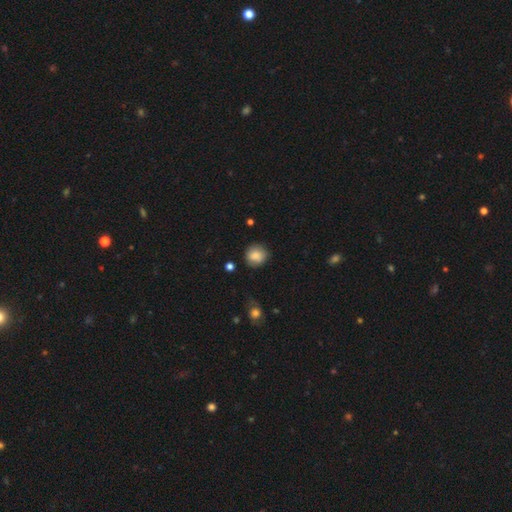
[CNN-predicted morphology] Smooth or featured?
  - smooth: 86% *
  - star or artifact: 9%
  - featured or disk: 6%
How rounded?
  - round: 87% *
  - in between: 12%
  - cigar-shaped: 1%
Merging?
  - none: 83% *
  - minor disturbance: 12%
  - major disturbance: 3%
  - merger: 2%